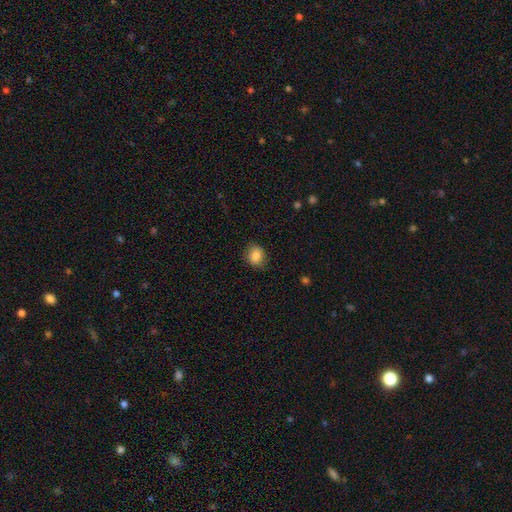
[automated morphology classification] smooth_or_featured: smooth (p=0.85) [alt: star or artifact p=0.09]
how_rounded: round (p=0.56) [alt: in between p=0.43]
merging: none (p=0.83) [alt: minor disturbance p=0.13]